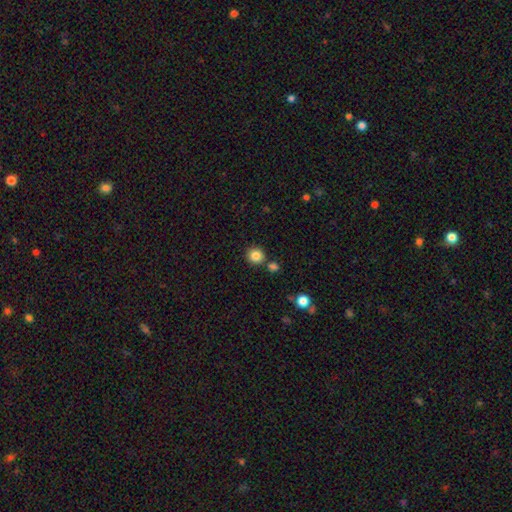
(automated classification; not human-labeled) Morphology: type=smooth (84%); roundness=round (92%); merging=none (80%).